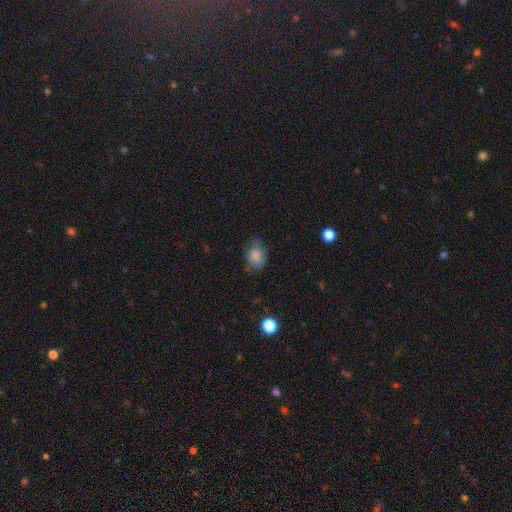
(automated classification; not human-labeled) smooth-or-featured: smooth: 83% | featured or disk: 9% | star or artifact: 9%
  how-rounded: in between: 69% | round: 30% | cigar-shaped: 1%
  merging: none: 67% | minor disturbance: 24% | major disturbance: 7% | merger: 1%